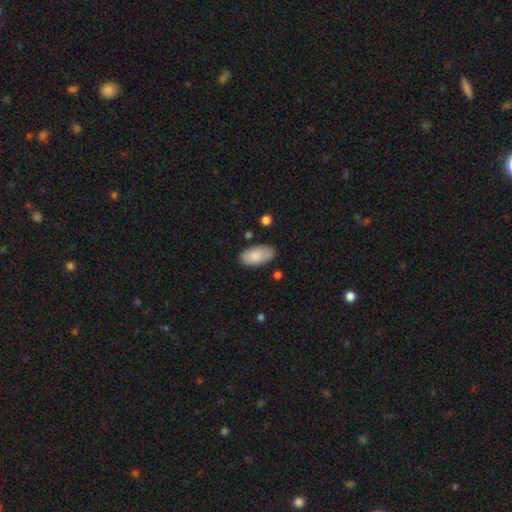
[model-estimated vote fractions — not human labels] A smooth galaxy with no disk features (87%) that is in between round and cigar-shaped (95%).

Vote fractions:
- Smooth or featured? smooth: 87% / featured or disk: 7% / star or artifact: 6%
- How rounded? in between: 95% / cigar-shaped: 3% / round: 2%
- Merging? none: 81% / minor disturbance: 14% / major disturbance: 3% / merger: 2%